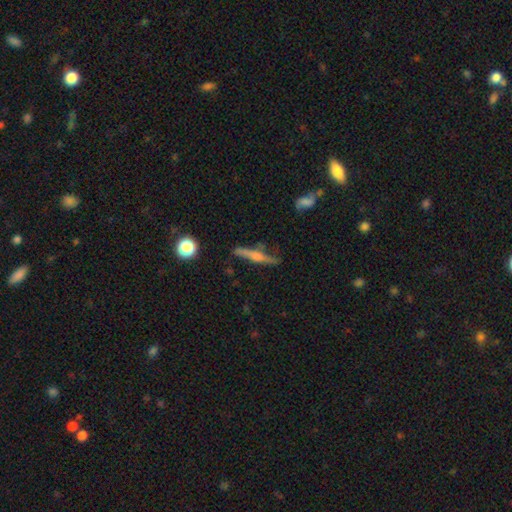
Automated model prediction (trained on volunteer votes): Overall: featured or disk (56%; smooth 36%). Edge-on disk: yes (93%). Edge-on bulge: rounded (64%). Merging: none (75%).